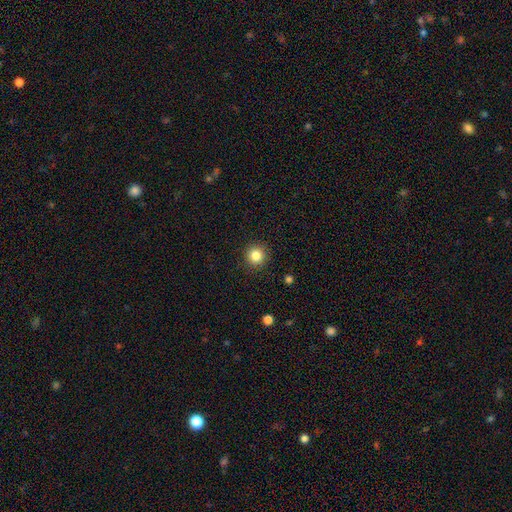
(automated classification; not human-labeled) The model was most divided on "smooth or featured": smooth: 84%, star or artifact: 11%, featured or disk: 5%. More confident: how rounded — round (94%); merging — none (92%).